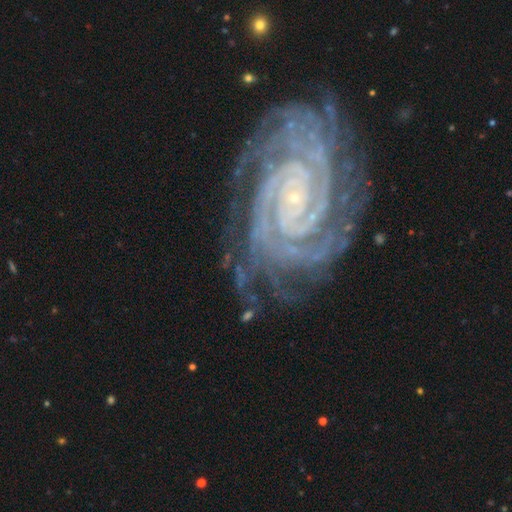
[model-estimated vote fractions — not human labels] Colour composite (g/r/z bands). It shows a featured or disk galaxy (92%) with no bar (64%), 2 (28%) tight (86%) spiral arms (99%) and a small central bulge (88%). Merging: none (76%).